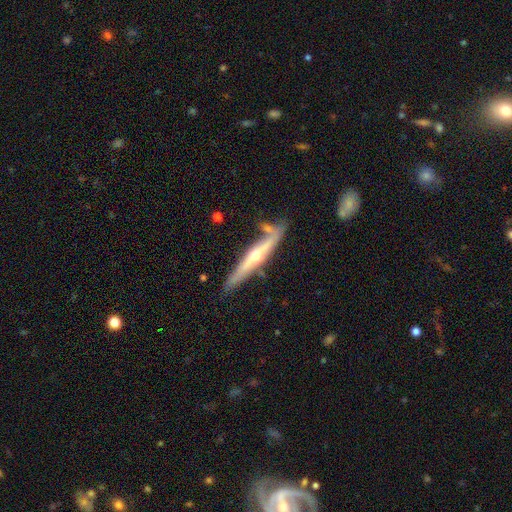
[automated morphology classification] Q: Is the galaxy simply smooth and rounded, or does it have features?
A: featured or disk — 71%.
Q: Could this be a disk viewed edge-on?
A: yes — 93%.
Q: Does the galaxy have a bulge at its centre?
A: rounded — 88%.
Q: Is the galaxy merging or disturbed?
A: none — 72%.